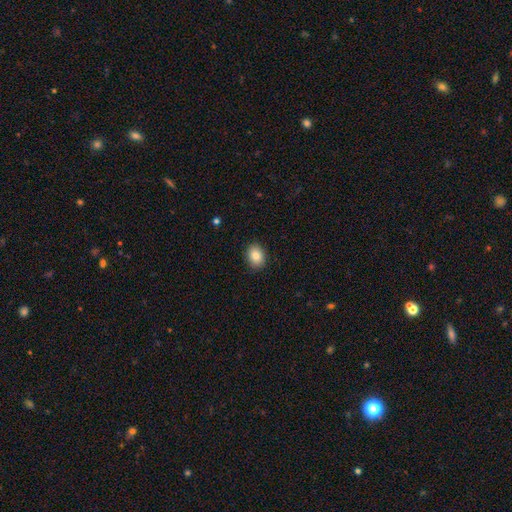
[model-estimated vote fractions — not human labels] Smooth or featured? smooth (84%)
How rounded? in between (61%)
Merging? none (89%)